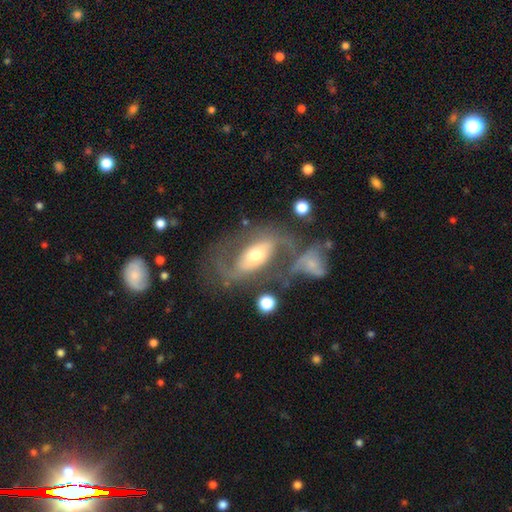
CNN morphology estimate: Smooth or featured? featured or disk (71%)
Edge-on disk? no (92%)
Bar? no (43%)
Spiral arms? yes (71%)
Bulge size? moderate (63%)
Merging? none (42%)